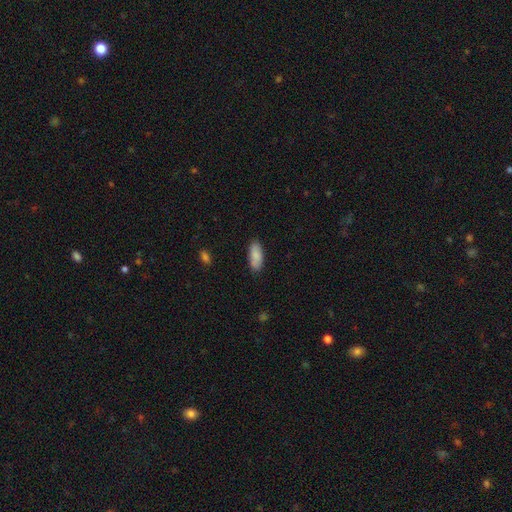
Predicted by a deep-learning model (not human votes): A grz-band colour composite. It shows a smooth galaxy with no disk features (87%) that is in between round and cigar-shaped (79%). Merging: none (83%).